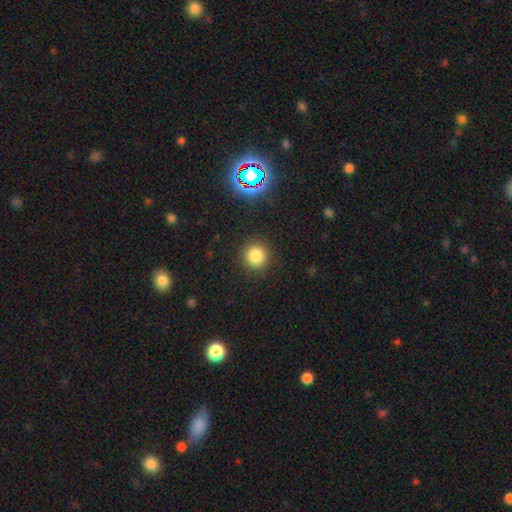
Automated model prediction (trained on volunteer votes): Q: Smooth or featured?
A: smooth (81%); runner-up: star or artifact (14%)
Q: How rounded?
A: round (92%); runner-up: in between (7%)
Q: Merging?
A: none (90%); runner-up: minor disturbance (6%)